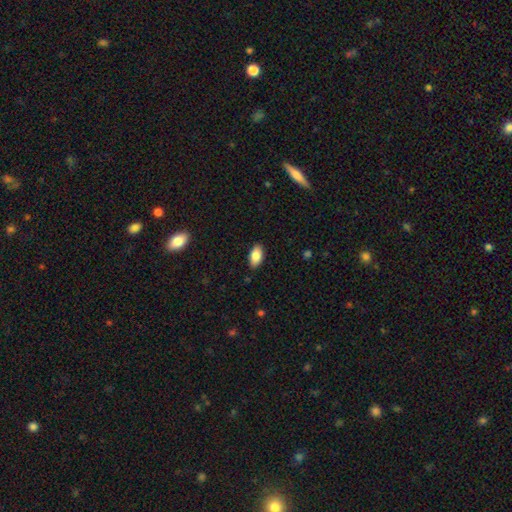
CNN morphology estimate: Smooth or featured?
  - smooth: 85% *
  - featured or disk: 8%
  - star or artifact: 7%
How rounded?
  - in between: 94% *
  - cigar-shaped: 4%
  - round: 3%
Merging?
  - none: 88% *
  - minor disturbance: 9%
  - major disturbance: 2%
  - merger: 1%